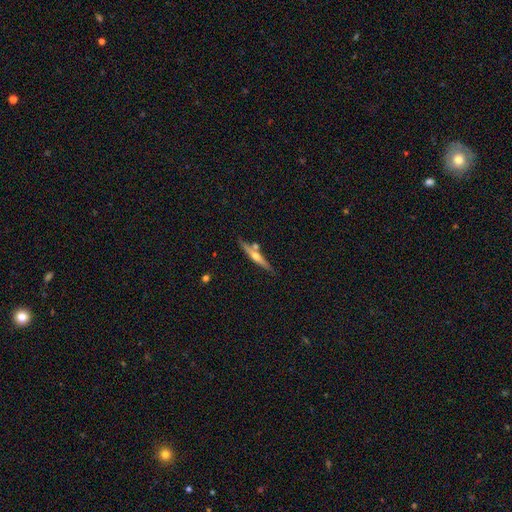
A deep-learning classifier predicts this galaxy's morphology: A featured or disk galaxy (61%) viewed edge-on (95%) with a rounded central bulge (88%).

Vote fractions:
- Smooth or featured? featured or disk: 61% / smooth: 33% / star or artifact: 6%
- Edge-on disk? yes: 95% / no: 5%
- Edge-on bulge? rounded: 88% / none: 8% / boxy: 4%
- Merging? none: 74% / merger: 12% / minor disturbance: 11% / major disturbance: 3%